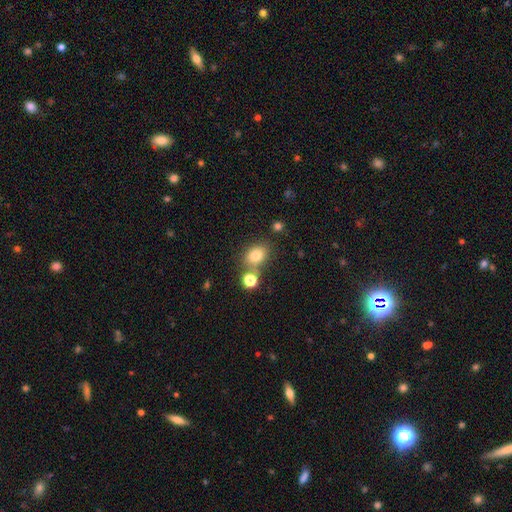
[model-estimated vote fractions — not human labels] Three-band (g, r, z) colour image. It shows a smooth galaxy with no disk features (78%) that is in between round and cigar-shaped (53%). Merging: none (64%).